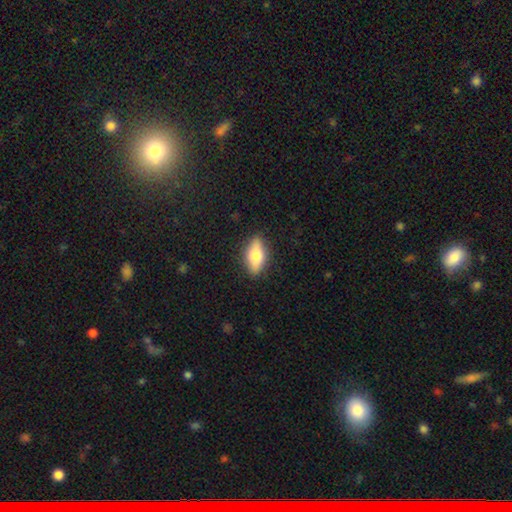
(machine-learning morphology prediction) A smooth galaxy with no disk features (60%) that is in between round and cigar-shaped (79%).

Vote fractions:
- Smooth or featured? smooth: 60% / featured or disk: 33% / star or artifact: 7%
- How rounded? in between: 79% / cigar-shaped: 16% / round: 5%
- Merging? none: 87% / minor disturbance: 9% / major disturbance: 2% / merger: 1%